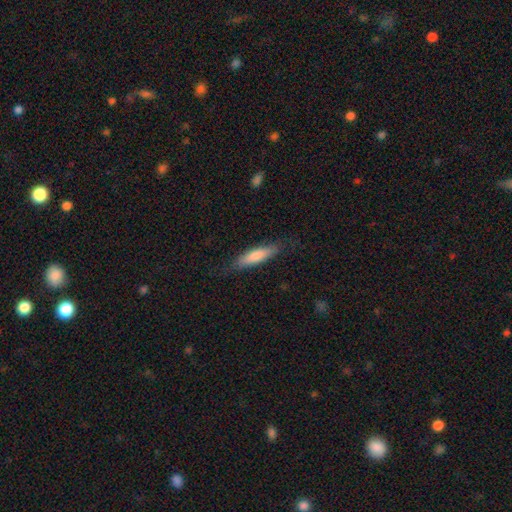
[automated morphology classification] The model was most divided on "smooth or featured": smooth: 68%, featured or disk: 26%, star or artifact: 6%. More confident: merging — none (81%); how rounded — cigar-shaped (79%).